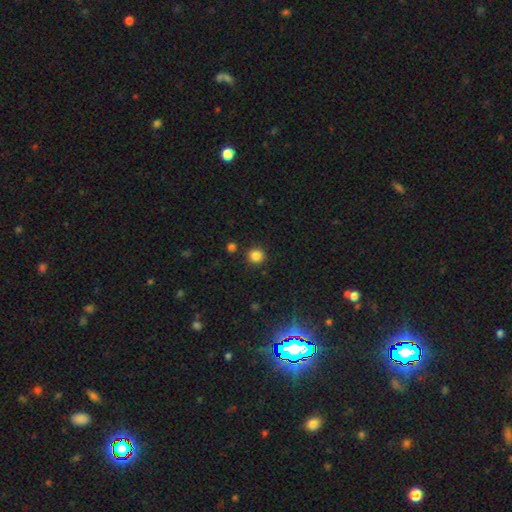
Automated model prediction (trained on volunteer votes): Smooth or featured? Predicted: smooth (p=0.84). How rounded? Predicted: round (p=0.93). Merging? Predicted: none (p=0.88).